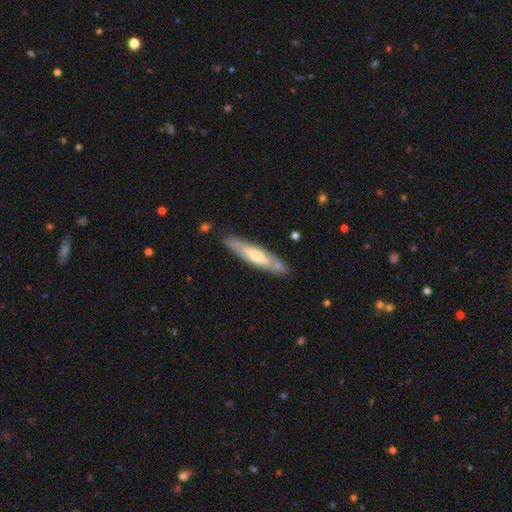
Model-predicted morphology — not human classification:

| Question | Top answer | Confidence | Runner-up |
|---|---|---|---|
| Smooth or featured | featured or disk | 56% | smooth (39%) |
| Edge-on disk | yes | 62% | no (38%) |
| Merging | none | 82% | minor disturbance (13%) |